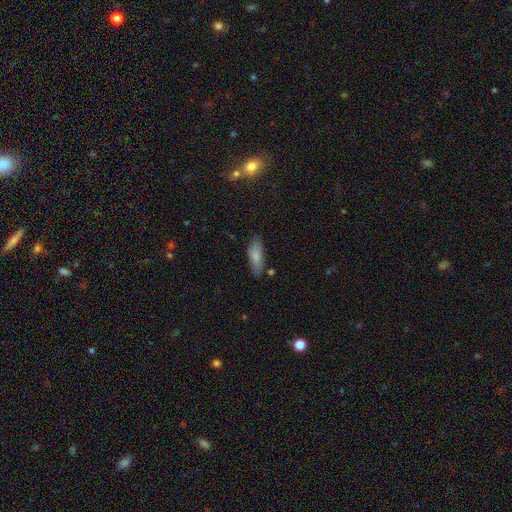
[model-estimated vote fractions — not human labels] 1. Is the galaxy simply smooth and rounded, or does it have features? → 82% smooth, 12% featured or disk, 6% star or artifact.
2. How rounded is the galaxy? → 71% in between, 27% cigar-shaped, 2% round.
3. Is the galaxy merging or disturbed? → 75% none, 18% minor disturbance, 4% major disturbance, 3% merger.